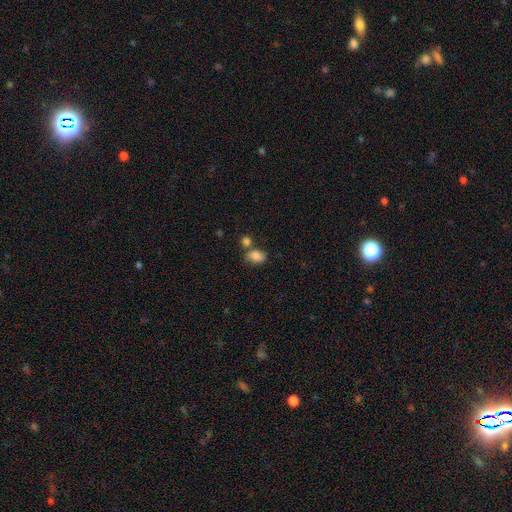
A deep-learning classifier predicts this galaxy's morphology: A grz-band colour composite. It shows a smooth galaxy with no disk features (83%) that is in between round and cigar-shaped (78%). Merging: none (50%).